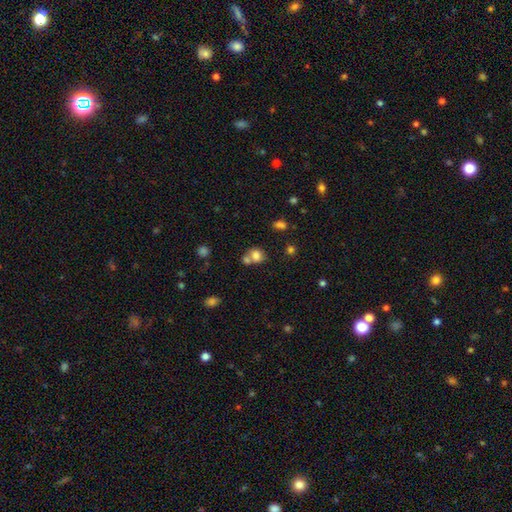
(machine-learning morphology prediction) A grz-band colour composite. It shows a smooth galaxy with no disk features (78%) that is round (62%). Merging: merger (46%).